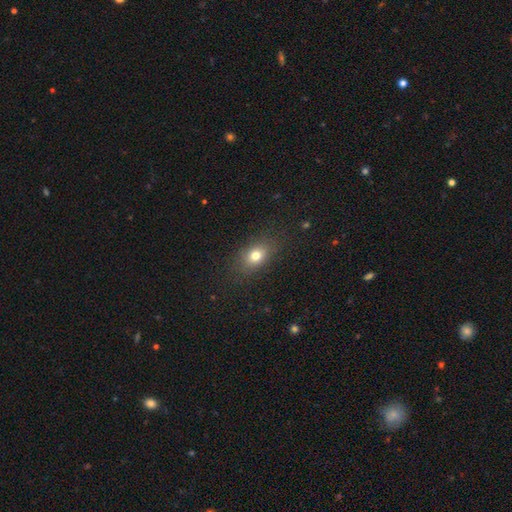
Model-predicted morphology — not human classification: The model was most divided on "how rounded": in between: 69%, round: 28%, cigar-shaped: 3%. More confident: merging — none (83%); smooth or featured — smooth (76%).